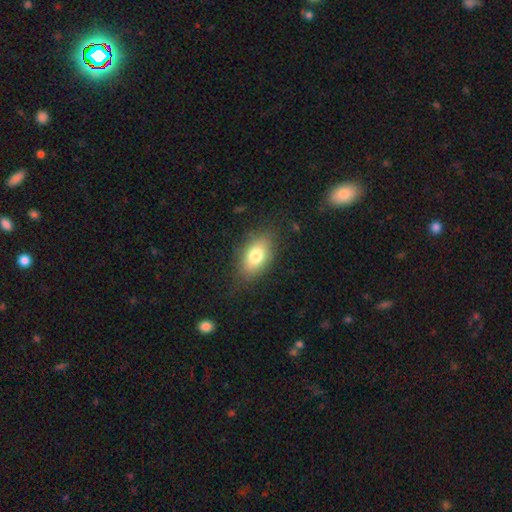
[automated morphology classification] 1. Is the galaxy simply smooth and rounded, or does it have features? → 76% smooth, 15% featured or disk, 9% star or artifact.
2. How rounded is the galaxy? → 86% in between, 10% round, 4% cigar-shaped.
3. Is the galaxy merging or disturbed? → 79% none, 15% minor disturbance, 5% major disturbance, 1% merger.